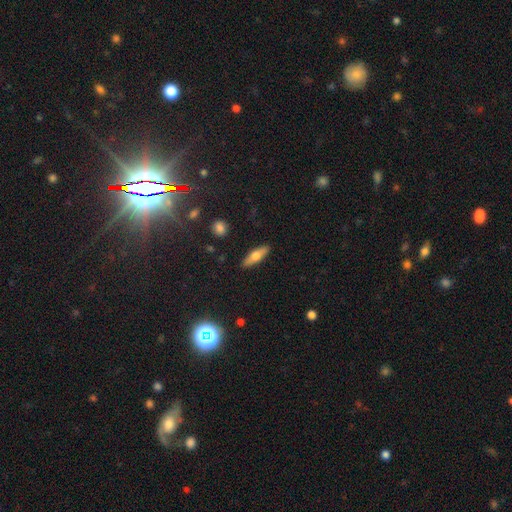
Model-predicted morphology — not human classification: This appears to be a smooth galaxy with no disk features (56%) that is cigar-shaped (55%). Merging: none (89%).